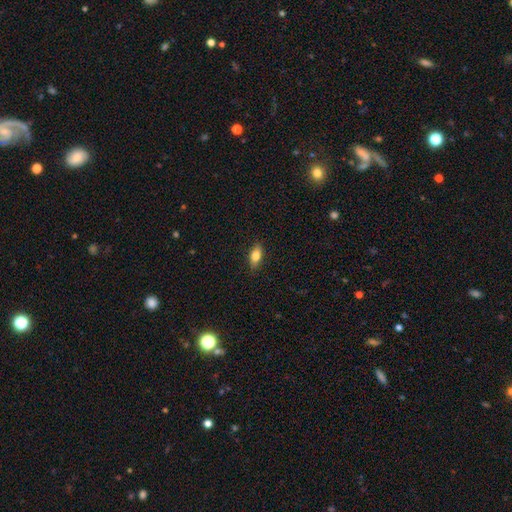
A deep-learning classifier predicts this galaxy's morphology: This appears to be a smooth galaxy with no disk features (80%) that is in between round and cigar-shaped (83%). Merging: none (87%).